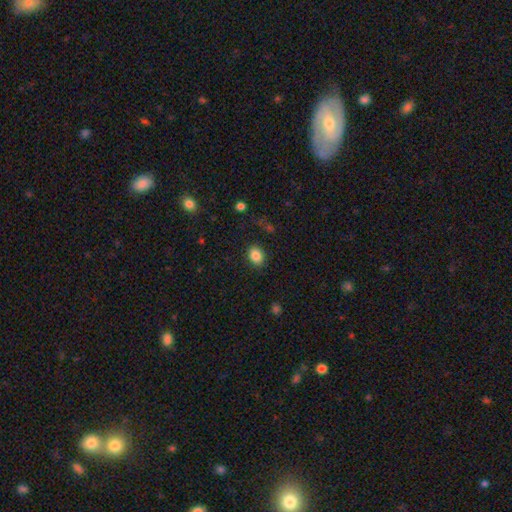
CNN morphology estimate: Smooth or featured: smooth — 86% (star or artifact — 9%)
How rounded: in between — 64% (round — 35%)
Merging: none — 86% (minor disturbance — 10%)